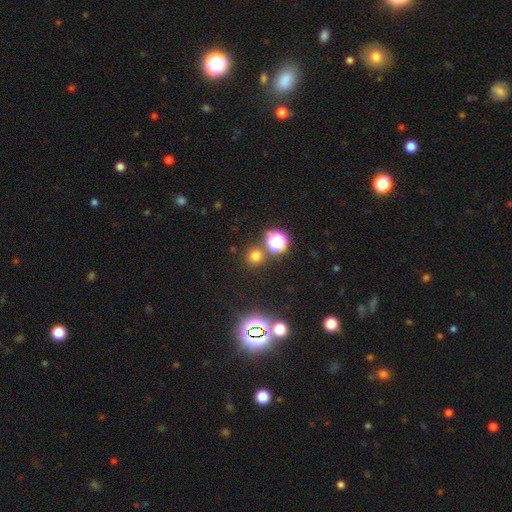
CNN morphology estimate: This appears to be a smooth galaxy with no disk features (67%) that is round (92%). Merging: none (83%).